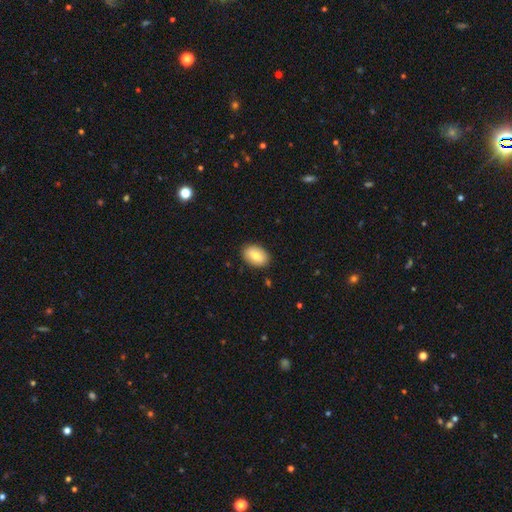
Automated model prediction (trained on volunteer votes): Smooth or featured? smooth (78%)
How rounded? in between (85%)
Merging? none (88%)